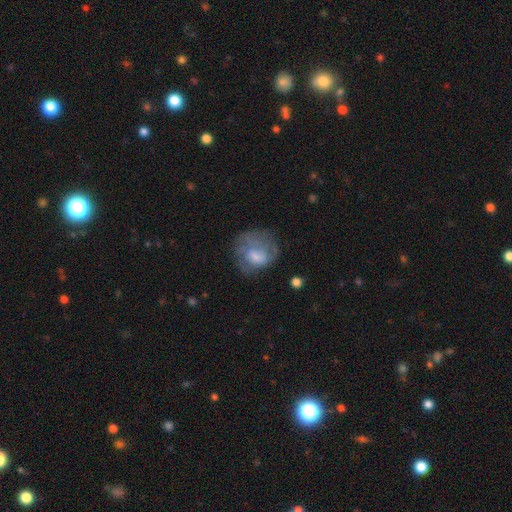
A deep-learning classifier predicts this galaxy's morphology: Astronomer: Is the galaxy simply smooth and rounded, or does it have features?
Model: smooth — 52% (runner-up: featured or disk, 39%).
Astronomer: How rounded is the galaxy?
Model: round — 64%.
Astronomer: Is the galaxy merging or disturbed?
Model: none — 47% (runner-up: major disturbance, 26%).